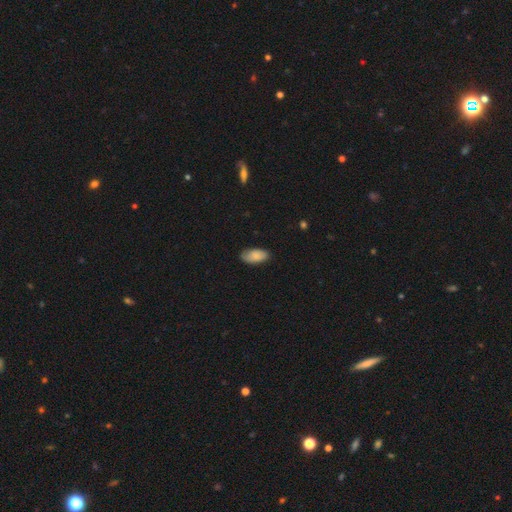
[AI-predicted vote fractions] A smooth galaxy with no disk features (84%) that is in between round and cigar-shaped (93%).

Vote fractions:
- Smooth or featured? smooth: 84% / featured or disk: 10% / star or artifact: 7%
- How rounded? in between: 93% / cigar-shaped: 4% / round: 3%
- Merging? none: 77% / minor disturbance: 19% / major disturbance: 3% / merger: 1%